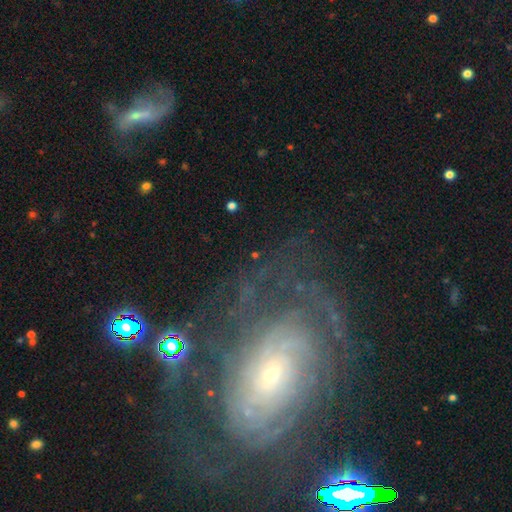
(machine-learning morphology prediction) Smooth or featured: featured or disk — 61% (star or artifact — 22%)
Edge-on disk: no — 93% (yes — 7%)
Bar: no — 53% (weak — 29%)
Spiral arms: yes — 84% (no — 16%)
Bulge size: small — 60% (moderate — 24%)
Merging: none — 65% (minor disturbance — 16%)